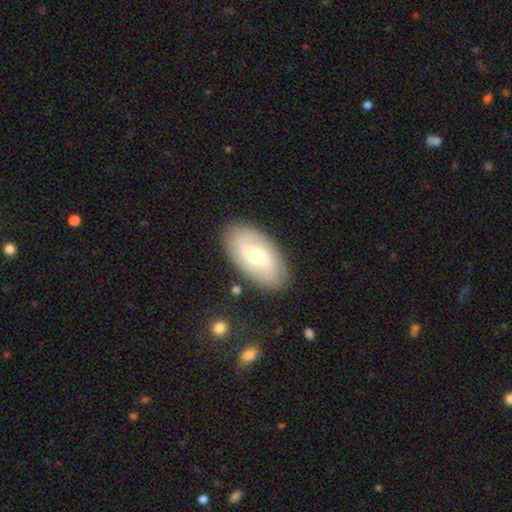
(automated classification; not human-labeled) The model was most divided on "bar": weak: 48%, no: 38%, strong: 14%. More confident: edge-on disk — no (92%); merging — none (85%); spiral arms — yes (70%); bulge size — moderate (68%); smooth or featured — featured or disk (57%).